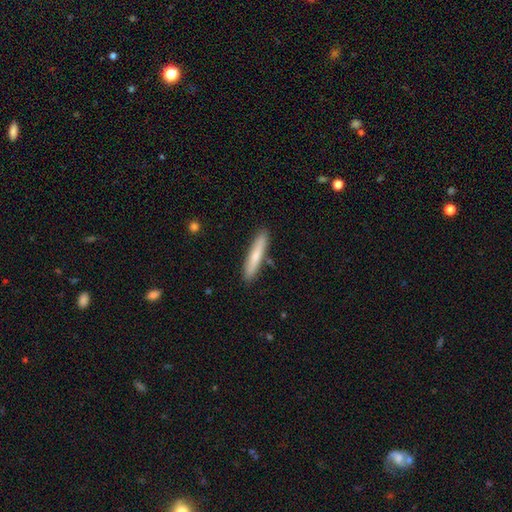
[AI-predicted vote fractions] A smooth galaxy with no disk features (69%) that is cigar-shaped (91%). Merging: none (87%).